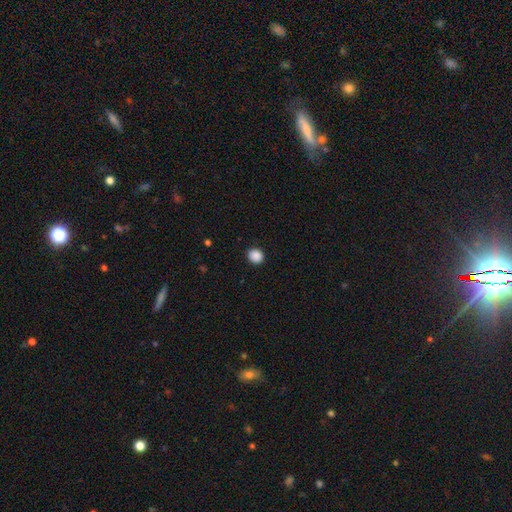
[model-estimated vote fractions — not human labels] smooth 89%, star or artifact 9%, featured or disk 2%. Down the decision tree: how rounded — round (79%); merging — none (91%).